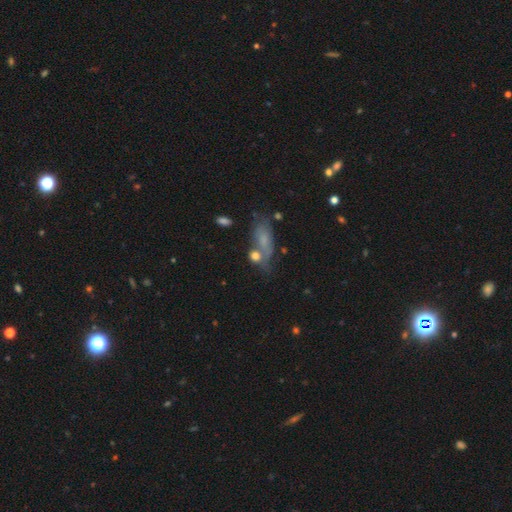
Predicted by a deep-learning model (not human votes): This is likely a smooth galaxy (70%). How rounded: possibly in between (53%). Merging: marginally none (43%).